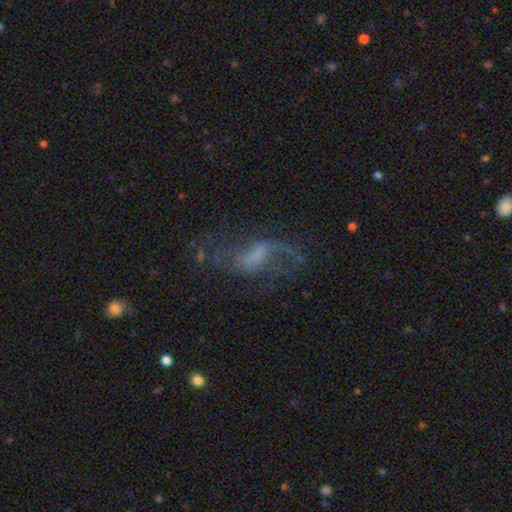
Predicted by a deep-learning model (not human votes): featured or disk 69%, smooth 18%, star or artifact 13%. Down the decision tree: edge-on disk — no (93%); bar — weak (46%); spiral arms — yes (80%); spiral arm count — 2 (75%); spiral winding — loose (76%); bulge size — none (46%); merging — none (49%).